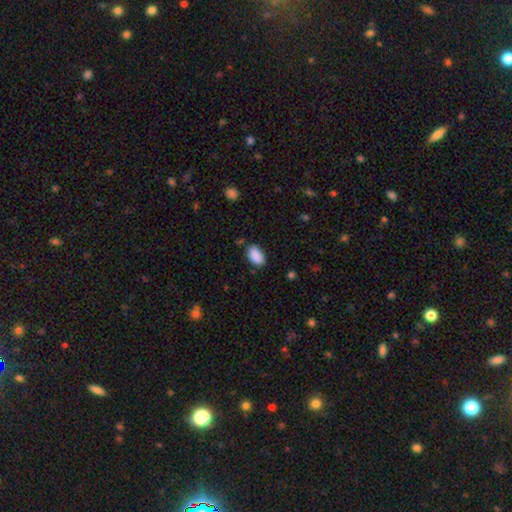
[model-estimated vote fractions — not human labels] The model was most divided on "merging": none: 82%, minor disturbance: 13%, major disturbance: 3%, merger: 2%. More confident: how rounded — in between (94%); smooth or featured — smooth (90%).